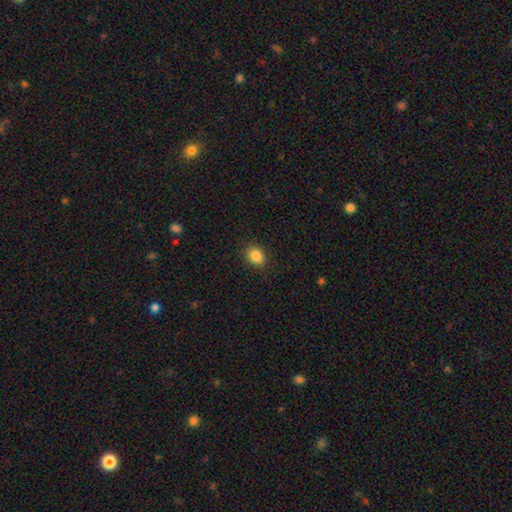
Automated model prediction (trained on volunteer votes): Smooth or featured? Predicted: smooth (p=0.86). How rounded? Predicted: in between (p=0.60). Merging? Predicted: none (p=0.89).